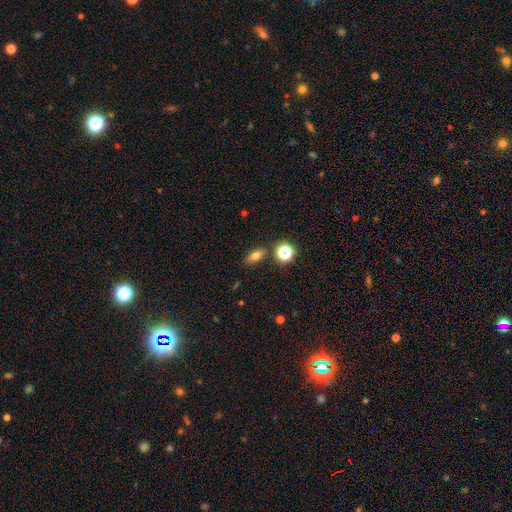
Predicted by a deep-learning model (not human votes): A smooth galaxy with no disk features (71%) that is in between round and cigar-shaped (73%).

Vote fractions:
- Smooth or featured? smooth: 71% / star or artifact: 15% / featured or disk: 15%
- How rounded? in between: 73% / round: 16% / cigar-shaped: 11%
- Merging? none: 83% / minor disturbance: 10% / merger: 4% / major disturbance: 3%